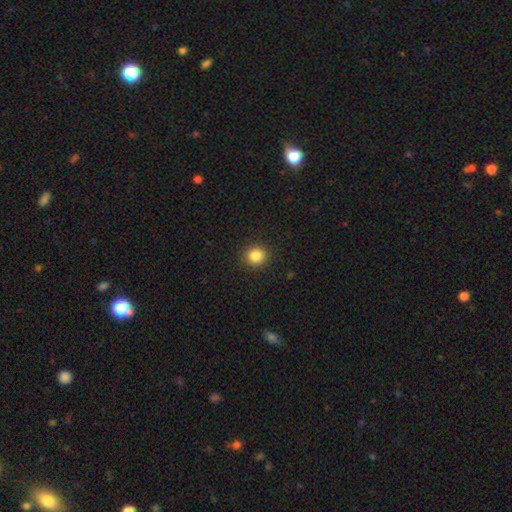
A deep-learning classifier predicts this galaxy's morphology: Q: Smooth or featured?
A: smooth (85%); runner-up: star or artifact (11%)
Q: How rounded?
A: round (90%); runner-up: in between (9%)
Q: Merging?
A: none (91%); runner-up: minor disturbance (6%)